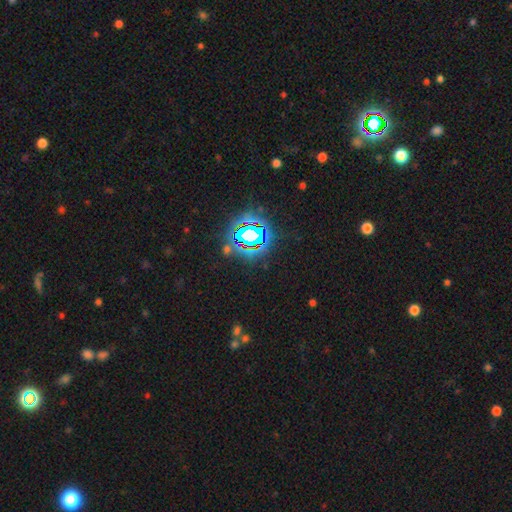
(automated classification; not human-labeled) This is clearly a star or artifact rather than a galaxy (84%).